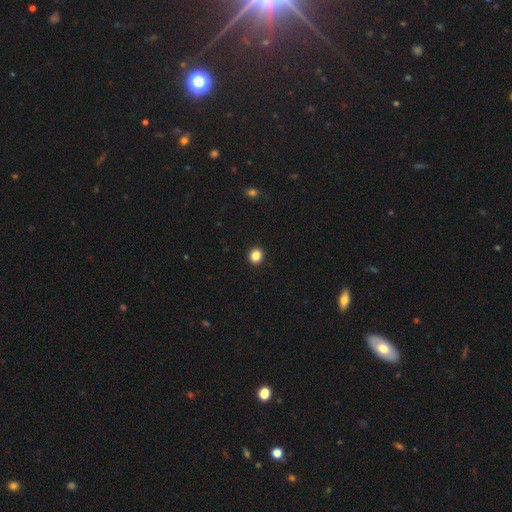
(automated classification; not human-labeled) Smooth or featured: smooth — 86% (star or artifact — 10%)
How rounded: round — 80% (in between — 19%)
Merging: none — 93% (minor disturbance — 4%)